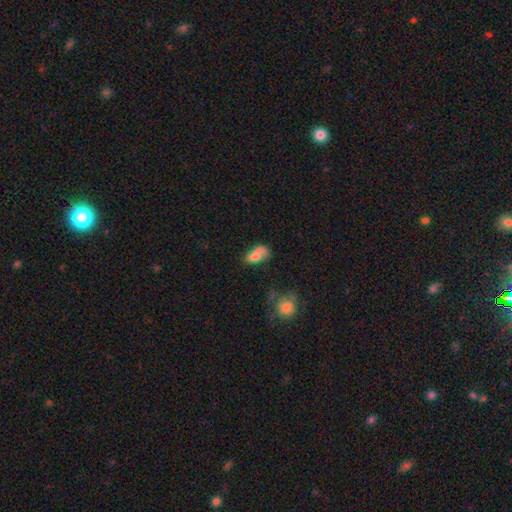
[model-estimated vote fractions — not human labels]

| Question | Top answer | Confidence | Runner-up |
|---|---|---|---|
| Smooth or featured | smooth | 67% | featured or disk (23%) |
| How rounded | in between | 84% | round (10%) |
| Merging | none | 29% | merger (28%) |